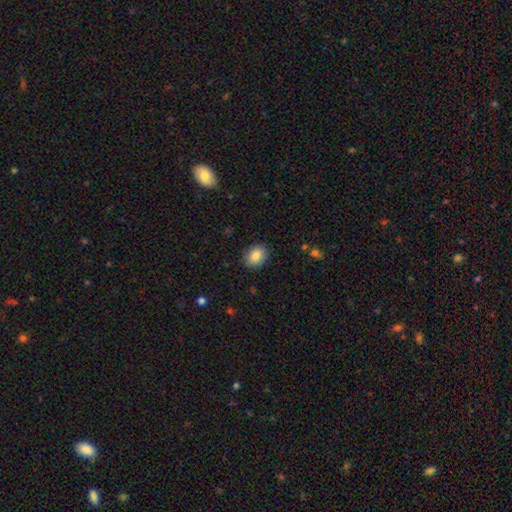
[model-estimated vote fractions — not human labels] Smooth or featured? smooth (85%)
How rounded? in between (62%)
Merging? none (88%)